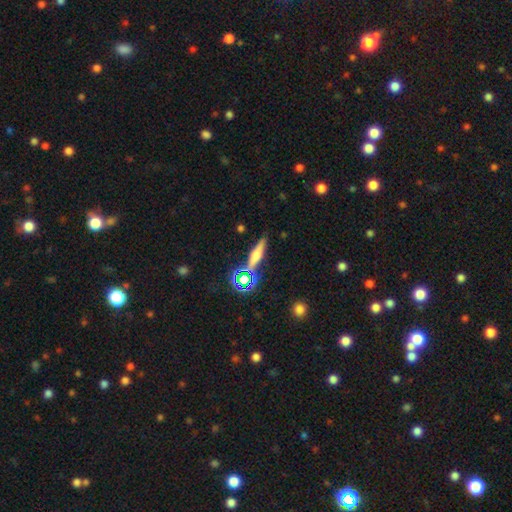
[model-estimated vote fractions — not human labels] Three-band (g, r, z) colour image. It shows a featured or disk galaxy (43%). Merging: none (81%).